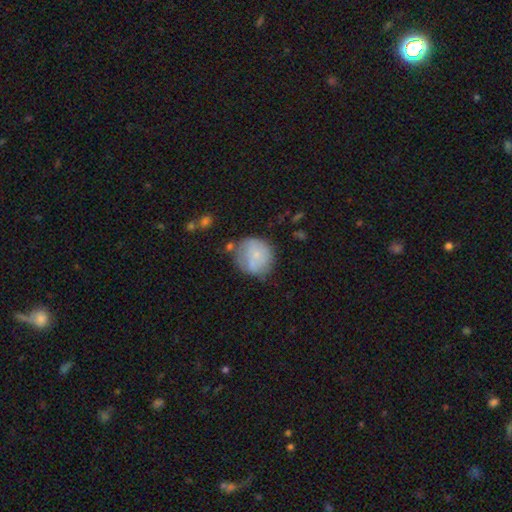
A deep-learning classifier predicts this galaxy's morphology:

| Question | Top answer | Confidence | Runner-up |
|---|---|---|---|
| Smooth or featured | smooth | 63% | featured or disk (30%) |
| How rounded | round | 84% | in between (15%) |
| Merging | none | 53% | minor disturbance (27%) |